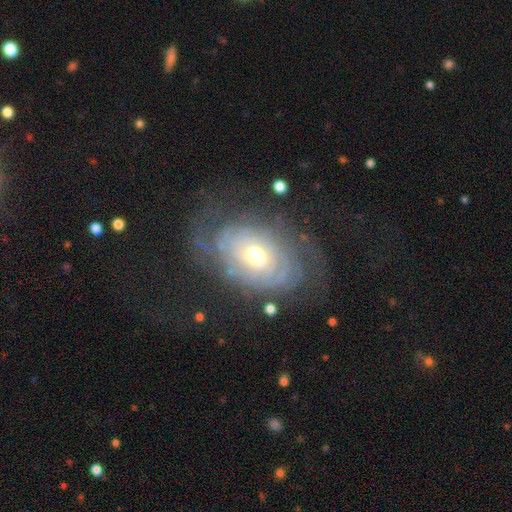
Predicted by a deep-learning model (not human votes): Smooth or featured? Predicted: featured or disk (p=0.81). Edge-on disk? Predicted: no (p=0.95). Bar? Predicted: no (p=0.73). Spiral arms? Predicted: yes (p=0.87). Spiral winding? Predicted: tight (p=0.76). Spiral arm count? Predicted: can't tell (p=0.52). Bulge size? Predicted: moderate (p=0.69). Merging? Predicted: none (p=0.68).